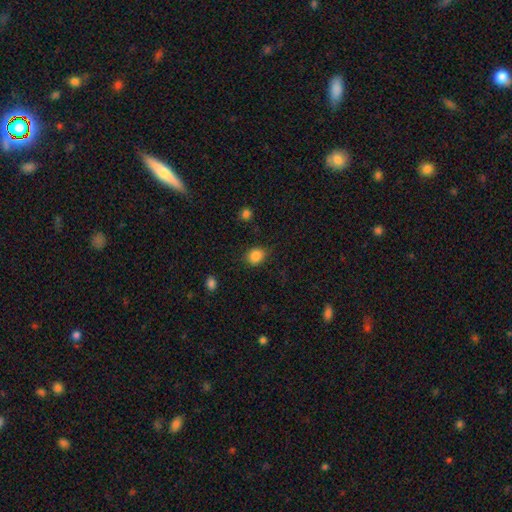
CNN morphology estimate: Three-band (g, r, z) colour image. It shows a smooth galaxy with no disk features (86%) that is round (56%). Merging: none (81%).